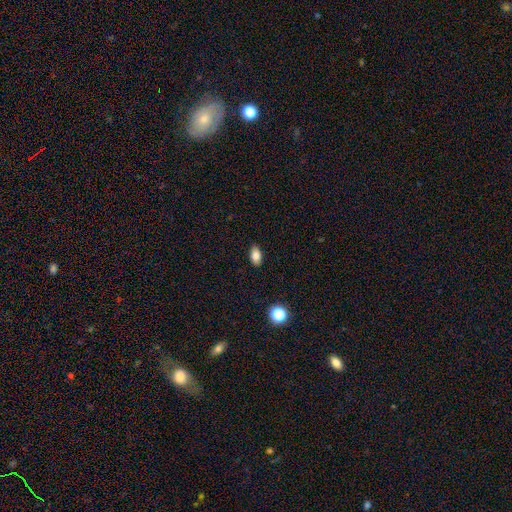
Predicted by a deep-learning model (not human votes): Smooth or featured: smooth — 82% (star or artifact — 10%)
How rounded: in between — 89% (round — 7%)
Merging: none — 87% (minor disturbance — 10%)